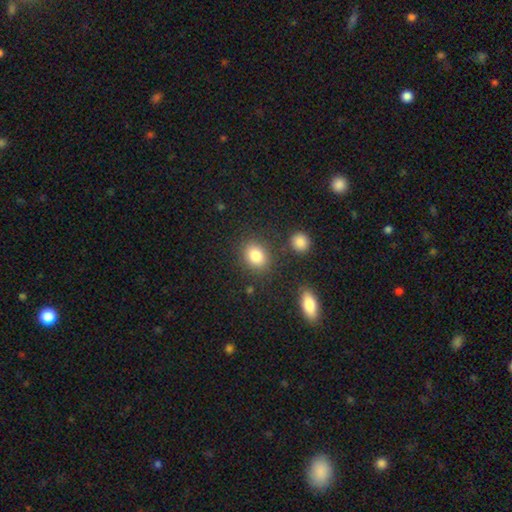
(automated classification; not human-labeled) Smooth or featured: smooth — 84% (star or artifact — 10%)
How rounded: in between — 56% (round — 43%)
Merging: none — 81% (minor disturbance — 10%)